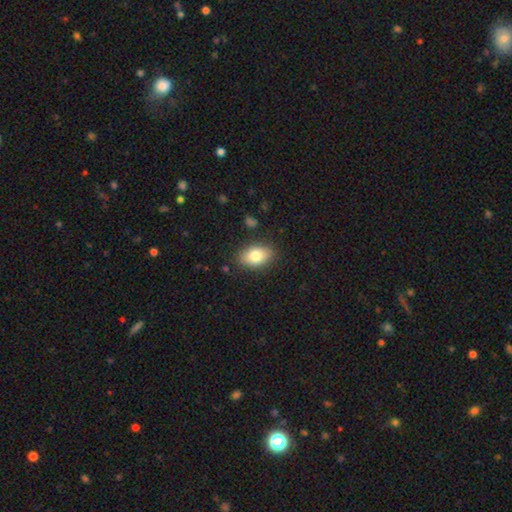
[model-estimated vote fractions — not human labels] smooth_or_featured: smooth (p=0.82) [alt: featured or disk p=0.11]
how_rounded: in between (p=0.87) [alt: round p=0.11]
merging: none (p=0.85) [alt: minor disturbance p=0.11]